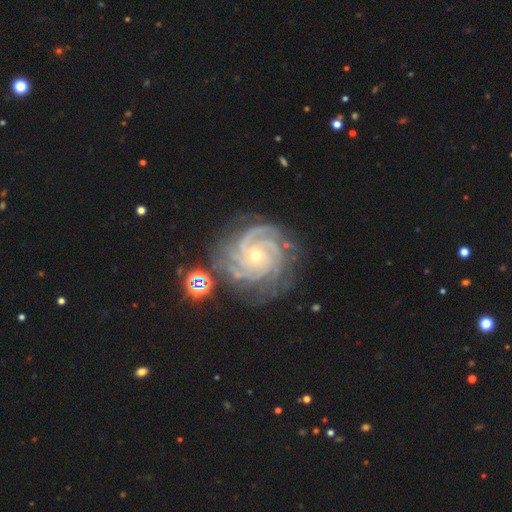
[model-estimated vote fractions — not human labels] Overall: featured or disk (91%). Edge-on disk: no (98%). Bar: no (73%). Spiral arms: yes (99%). Spiral arm count: 4 (36%; more than 4 22%). Spiral winding: tight (77%). Bulge size: small (63%; moderate 34%). Merging: none (76%).